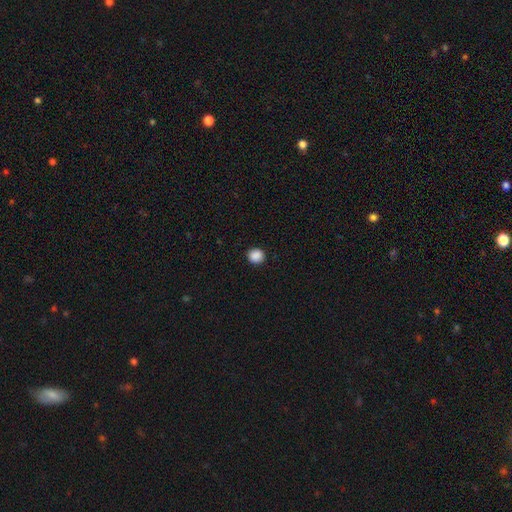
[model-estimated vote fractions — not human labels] Smooth or featured?
  - smooth: 89% *
  - star or artifact: 9%
  - featured or disk: 2%
How rounded?
  - round: 90% *
  - in between: 9%
  - cigar-shaped: 1%
Merging?
  - none: 92% *
  - minor disturbance: 5%
  - major disturbance: 2%
  - merger: 1%